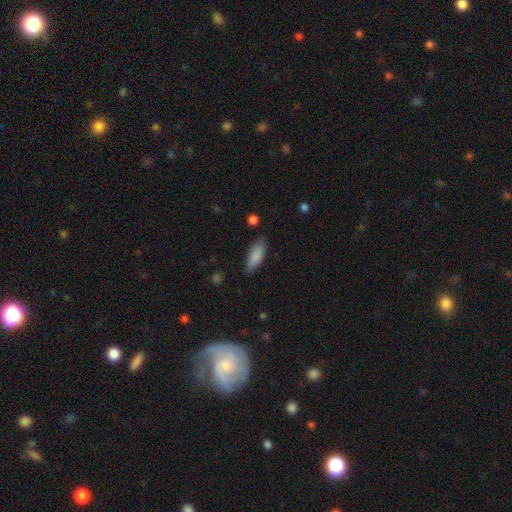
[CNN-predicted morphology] This appears to be a smooth galaxy with no disk features (87%) that is in between round and cigar-shaped (72%). Merging: none (82%).